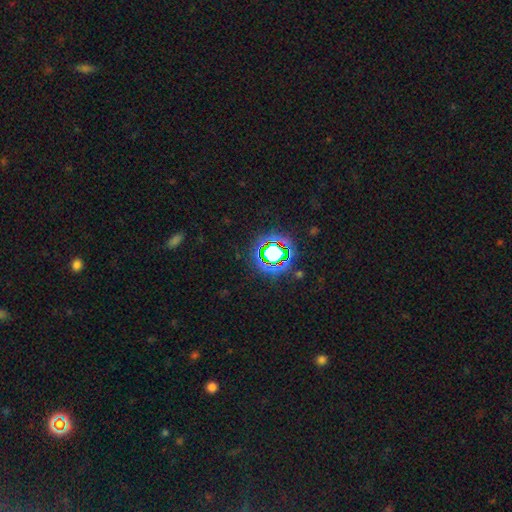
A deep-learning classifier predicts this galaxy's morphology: smooth_or_featured: star or artifact (p=0.77) [alt: smooth p=0.14]